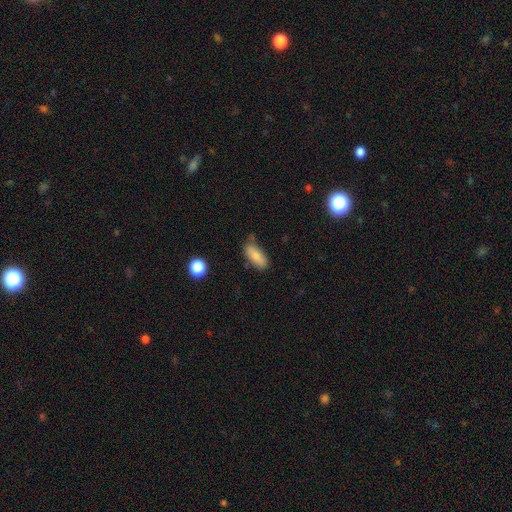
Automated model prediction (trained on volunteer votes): Q: Smooth or featured?
A: smooth (82%); runner-up: featured or disk (11%)
Q: How rounded?
A: in between (79%); runner-up: cigar-shaped (18%)
Q: Merging?
A: none (69%); runner-up: minor disturbance (22%)